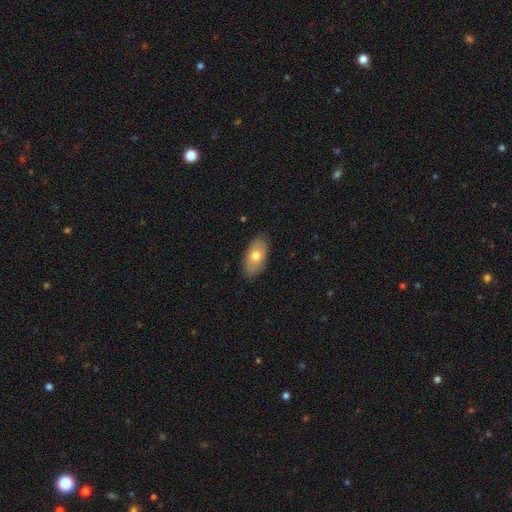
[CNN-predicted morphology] This appears to be a smooth galaxy with no disk features (70%) that is in between round and cigar-shaped (92%). Merging: none (84%).